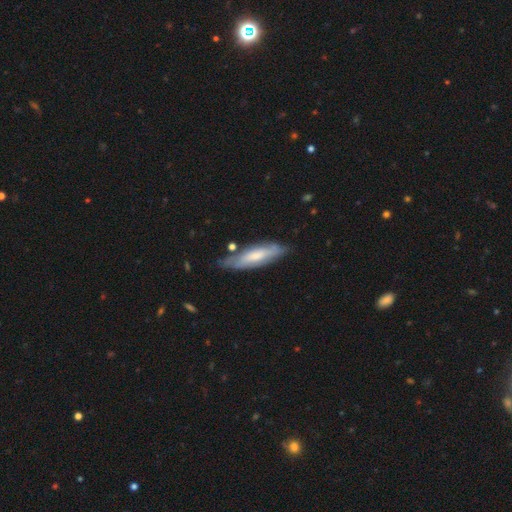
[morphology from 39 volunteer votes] smooth 49% (tied), featured or disk 49% (tied), star or artifact 3%. Down the decision tree: how rounded — in between (58%); merging — none (66%).